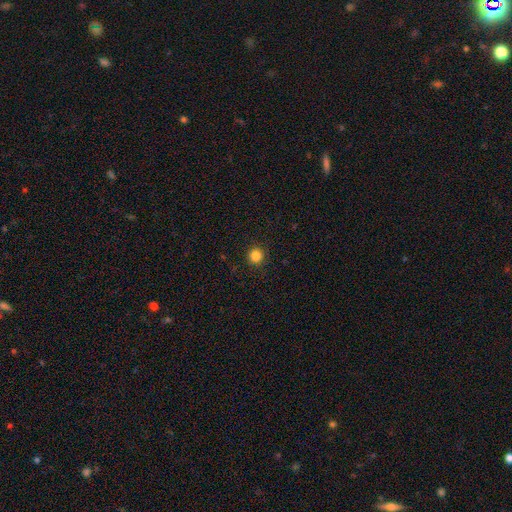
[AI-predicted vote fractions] Smooth or featured? Predicted: smooth (p=0.84). How rounded? Predicted: round (p=0.95). Merging? Predicted: none (p=0.91).